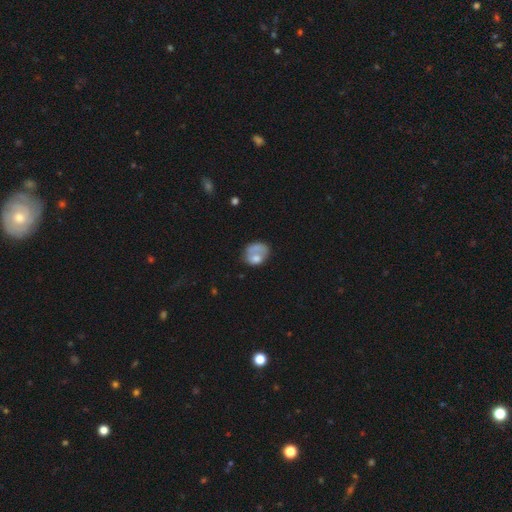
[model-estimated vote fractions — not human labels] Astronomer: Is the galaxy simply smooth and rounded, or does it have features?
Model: smooth — 58%.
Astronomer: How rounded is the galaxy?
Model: in between — 57% (runner-up: round, 41%).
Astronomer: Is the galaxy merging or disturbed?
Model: none — 34% (runner-up: major disturbance, 26%).